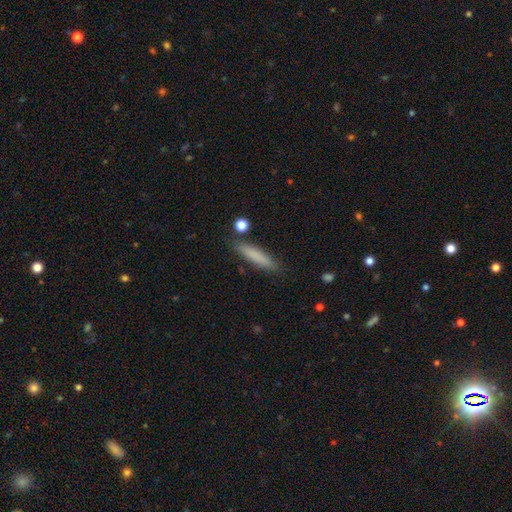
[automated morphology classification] This is likely a smooth galaxy (79%). How rounded: clearly cigar-shaped (87%). Merging: clearly none (85%).